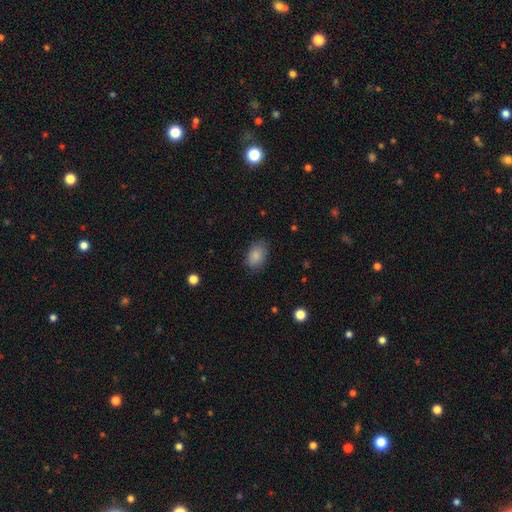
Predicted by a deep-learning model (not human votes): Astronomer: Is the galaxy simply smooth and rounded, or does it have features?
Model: smooth — 87%.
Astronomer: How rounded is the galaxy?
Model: in between — 85%.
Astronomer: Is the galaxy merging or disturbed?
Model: none — 80%.